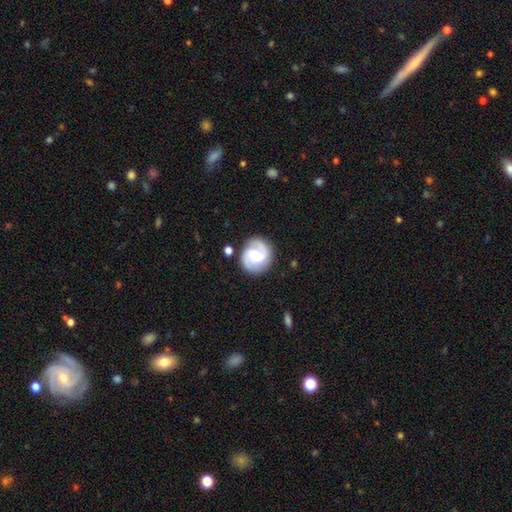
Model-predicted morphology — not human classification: smooth_or_featured: featured or disk (p=0.81) [alt: smooth p=0.14]
disk_edge_on: no (p=0.98) [alt: yes p=0.02]
bar: weak (p=0.51) [alt: no p=0.31]
has_spiral_arms: yes (p=0.96) [alt: no p=0.04]
spiral_winding: medium (p=0.48) [alt: tight p=0.34]
spiral_arm_count: 2 (p=0.86) [alt: 3 p=0.05]
bulge_size: moderate (p=0.47) [alt: small p=0.38]
merging: none (p=0.82) [alt: minor disturbance p=0.11]